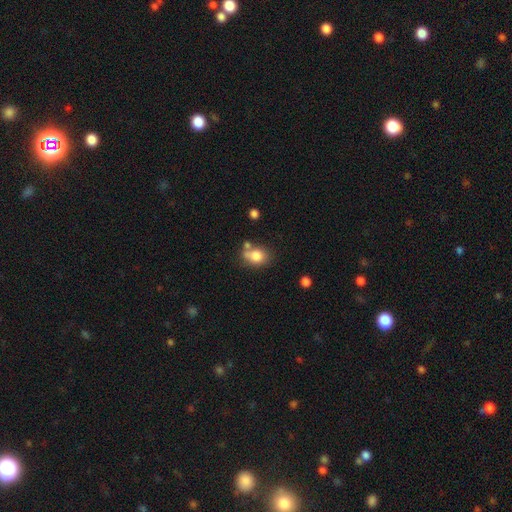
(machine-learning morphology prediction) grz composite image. It shows a smooth galaxy with no disk features (80%) that is in between round and cigar-shaped (52%). Merging: none (51%).